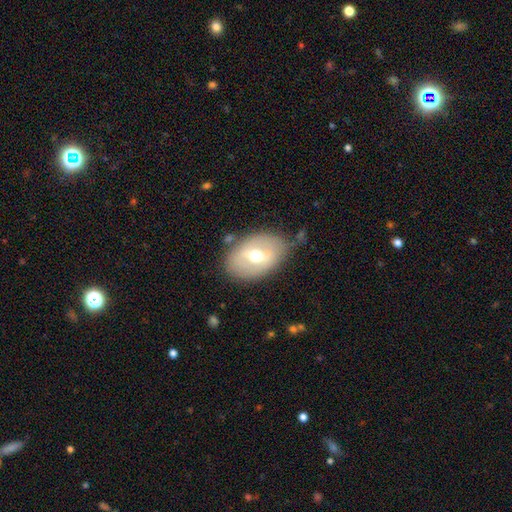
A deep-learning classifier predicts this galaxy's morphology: Smooth or featured? Predicted: featured or disk (p=0.47). Merging? Predicted: none (p=0.73).